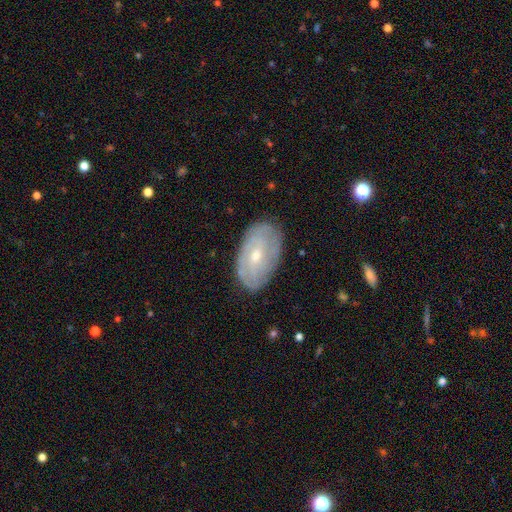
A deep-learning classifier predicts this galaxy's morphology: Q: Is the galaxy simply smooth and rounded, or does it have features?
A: featured or disk — 68%.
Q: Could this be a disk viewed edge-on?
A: no — 93%.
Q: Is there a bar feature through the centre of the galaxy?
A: no — 52%.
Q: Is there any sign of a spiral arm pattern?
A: yes — 79%.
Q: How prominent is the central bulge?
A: moderate — 49%.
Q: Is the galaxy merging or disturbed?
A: none — 80%.